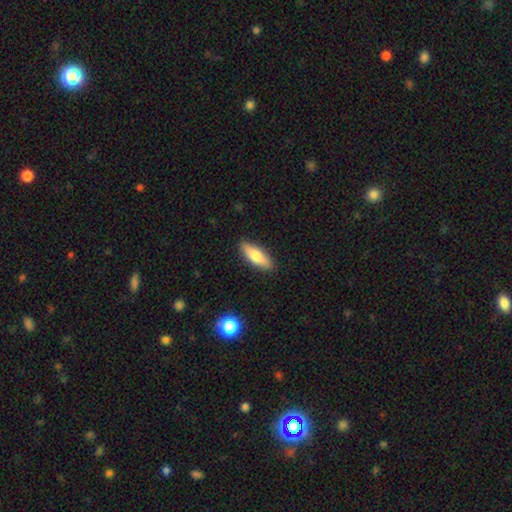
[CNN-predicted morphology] Smooth or featured? Predicted: smooth (p=0.71). How rounded? Predicted: in between (p=0.56). Merging? Predicted: none (p=0.89).